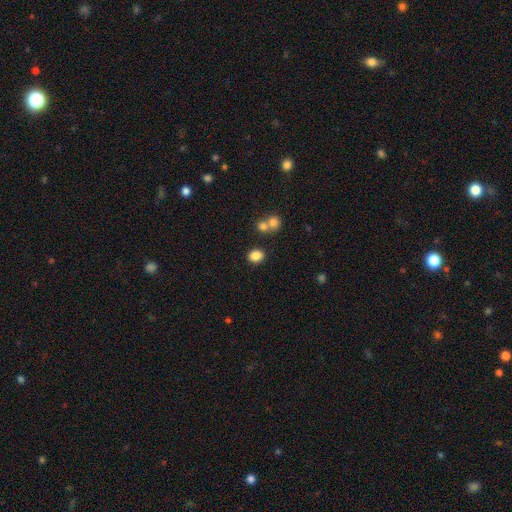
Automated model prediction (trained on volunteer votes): The model was most divided on "how rounded": round: 58%, in between: 42%, cigar-shaped: 1%. More confident: smooth or featured — smooth (84%); merging — none (78%).